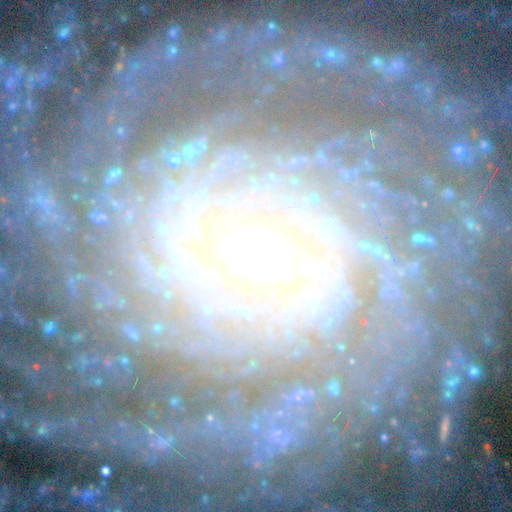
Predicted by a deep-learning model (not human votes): This is clearly a featured or disk galaxy (91%). It is clearly not viewed edge-on (97%). Bar: marginally no (43%). Spiral arm pattern: clearly yes (98%). Spiral arm count: marginally more than 4 (25%). Spiral winding: likely tight (79%). Central bulge: possibly moderate (49%). Merging: likely none (76%).